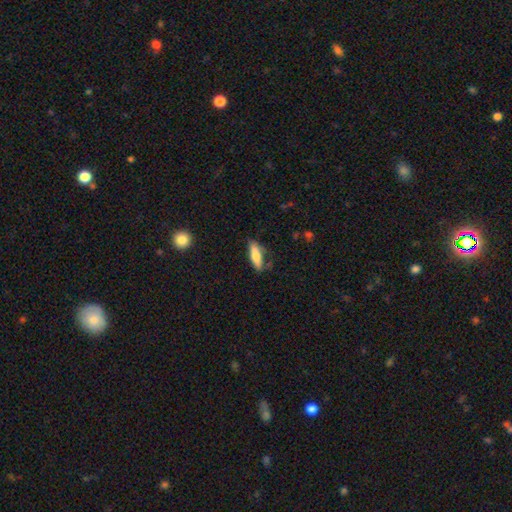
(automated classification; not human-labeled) smooth-or-featured: smooth: 76% | featured or disk: 18% | star or artifact: 6%
  how-rounded: cigar-shaped: 57% | in between: 41% | round: 2%
  merging: none: 71% | minor disturbance: 21% | major disturbance: 5% | merger: 3%